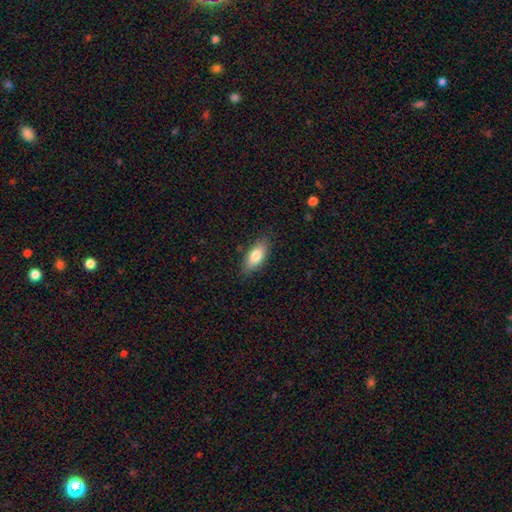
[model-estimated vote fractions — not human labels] A smooth galaxy with no disk features (79%) that is in between round and cigar-shaped (83%). Merging: none (84%).